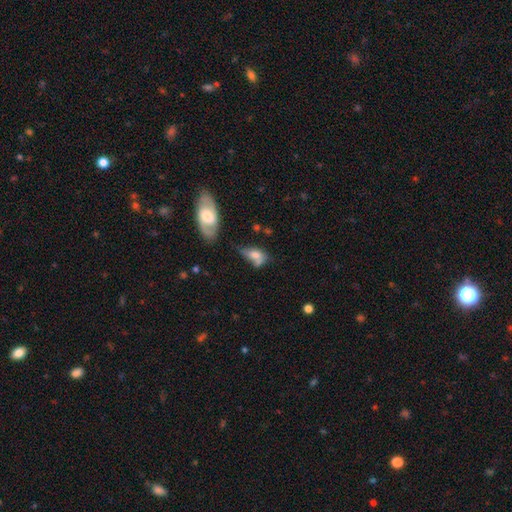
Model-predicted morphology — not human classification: smooth-or-featured: smooth: 64% | featured or disk: 27% | star or artifact: 9%
  how-rounded: in between: 85% | round: 8% | cigar-shaped: 6%
  merging: none: 31% | minor disturbance: 27% | merger: 23% | major disturbance: 19%